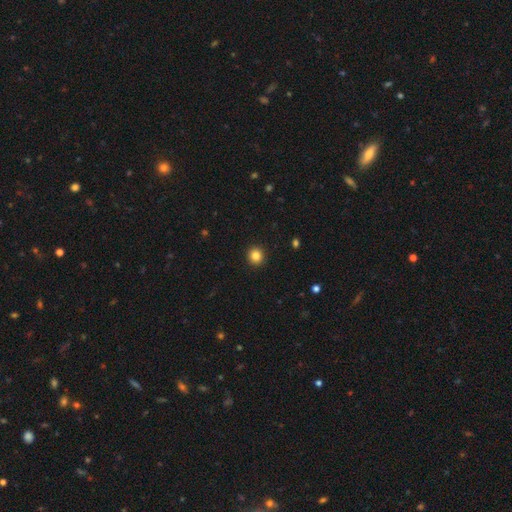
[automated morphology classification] Smooth or featured? Predicted: smooth (p=0.85). How rounded? Predicted: round (p=0.93). Merging? Predicted: none (p=0.93).